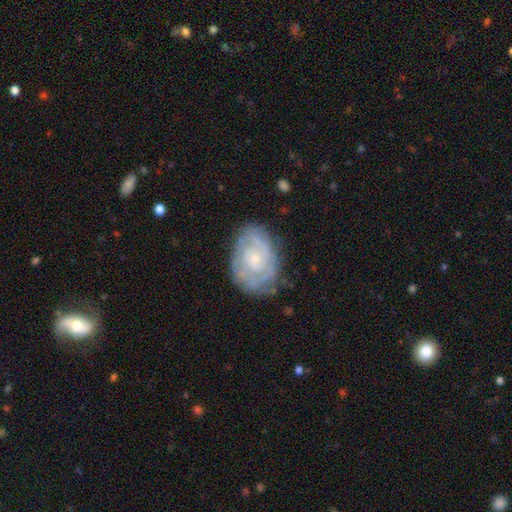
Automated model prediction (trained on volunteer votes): Smooth or featured? featured or disk (74%)
Edge-on disk? no (96%)
Bar? no (72%)
Spiral arms? yes (86%)
Spiral winding? tight (71%)
Spiral arm count? can't tell (46%)
Bulge size? small (67%)
Merging? none (73%)